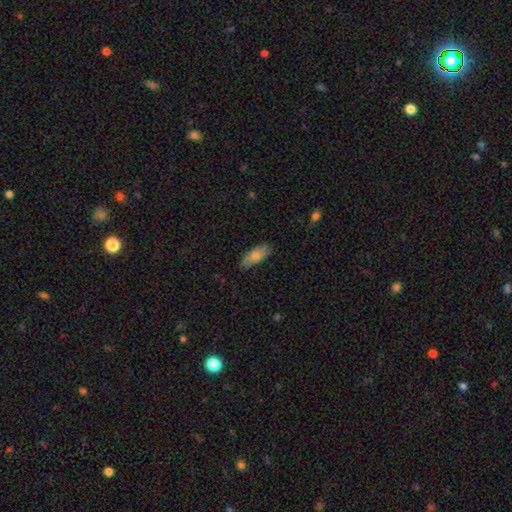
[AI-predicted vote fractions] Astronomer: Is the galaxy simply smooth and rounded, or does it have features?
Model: smooth — 77%.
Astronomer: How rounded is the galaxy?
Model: in between — 76%.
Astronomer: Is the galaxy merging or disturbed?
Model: none — 84%.